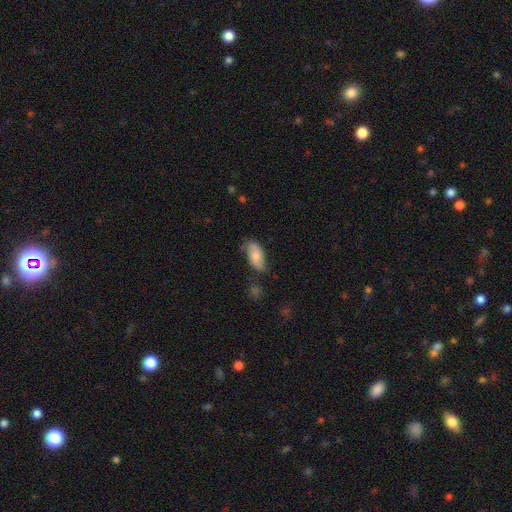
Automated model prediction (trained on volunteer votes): Overall: smooth (70%). How rounded: in between (90%). Merging: none (61%; minor disturbance 28%).